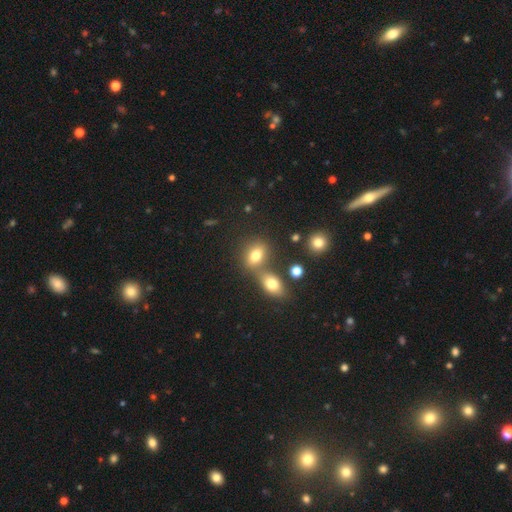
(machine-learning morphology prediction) Q: Smooth or featured?
A: smooth (75%); runner-up: star or artifact (13%)
Q: How rounded?
A: in between (67%); runner-up: round (31%)
Q: Merging?
A: none (47%); runner-up: merger (38%)